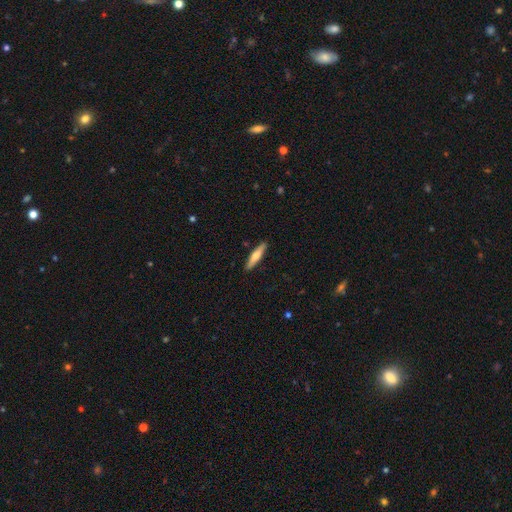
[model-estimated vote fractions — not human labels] Smooth or featured?
  - smooth: 55% *
  - featured or disk: 39%
  - star or artifact: 6%
How rounded?
  - cigar-shaped: 85% *
  - in between: 13%
  - round: 2%
Merging?
  - none: 89% *
  - minor disturbance: 8%
  - major disturbance: 2%
  - merger: 1%